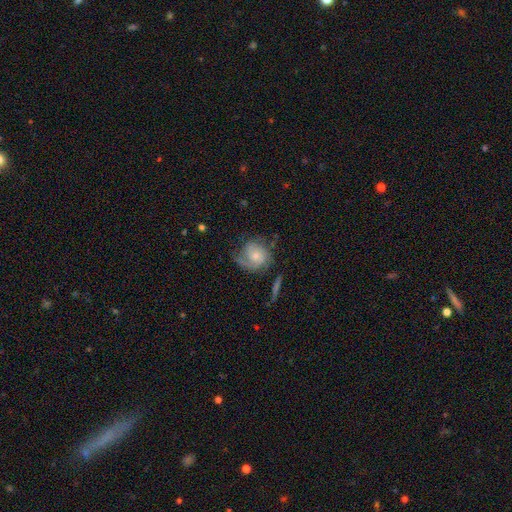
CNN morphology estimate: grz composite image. It shows a featured or disk galaxy (75%) with no bar (74%), 2 (44%) tight (48%) spiral arms (93%) and a small central bulge (58%). Merging: none (58%).